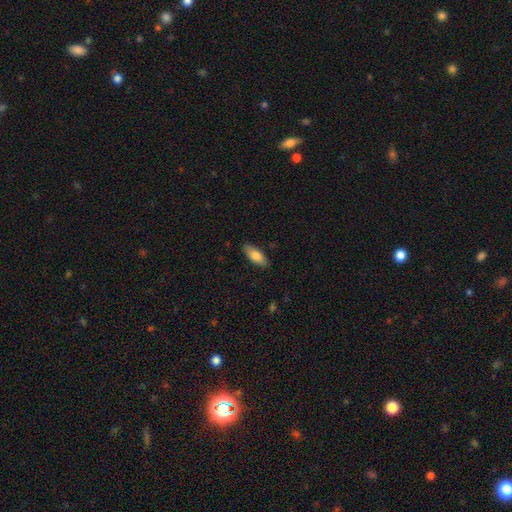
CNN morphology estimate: smooth 80%, featured or disk 14%, star or artifact 6%. Down the decision tree: how rounded — in between (76%); merging — none (86%).